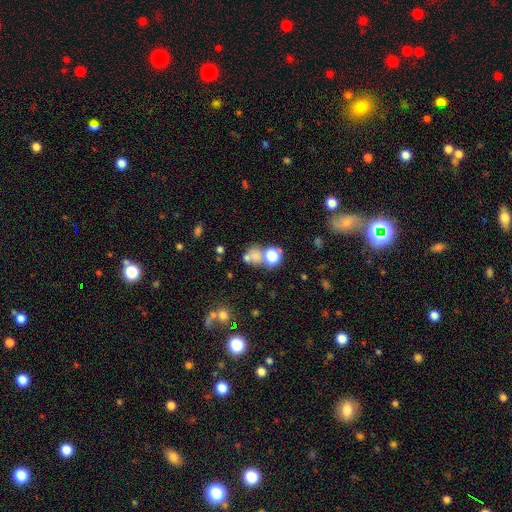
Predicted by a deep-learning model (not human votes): A smooth galaxy with no disk features (63%) that is round (74%). Merging: none (45%).